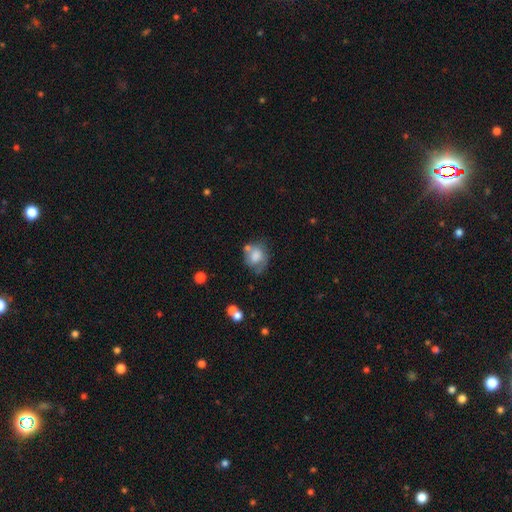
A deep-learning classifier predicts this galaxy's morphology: Q: Smooth or featured?
A: smooth (69%); runner-up: featured or disk (23%)
Q: How rounded?
A: round (57%); runner-up: in between (42%)
Q: Merging?
A: none (42%); runner-up: minor disturbance (28%)